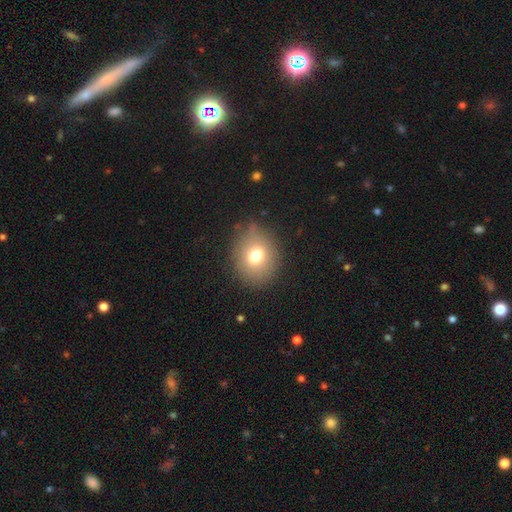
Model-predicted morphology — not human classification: Q: Smooth or featured?
A: smooth (73%); runner-up: featured or disk (15%)
Q: How rounded?
A: round (70%); runner-up: in between (29%)
Q: Merging?
A: none (81%); runner-up: minor disturbance (13%)